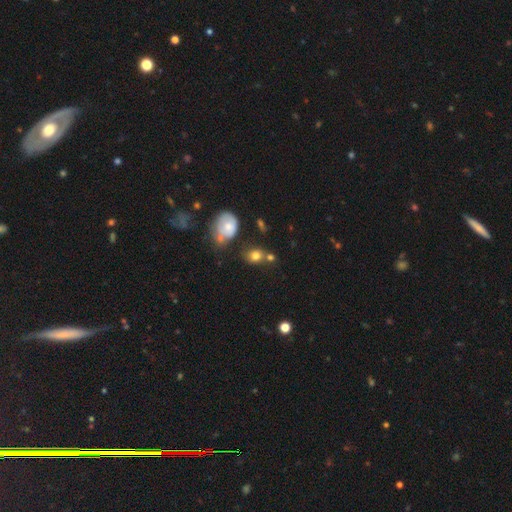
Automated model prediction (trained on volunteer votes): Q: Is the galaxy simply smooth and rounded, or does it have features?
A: smooth — 77%.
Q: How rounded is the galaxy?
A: round — 57%.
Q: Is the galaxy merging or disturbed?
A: none — 55%.